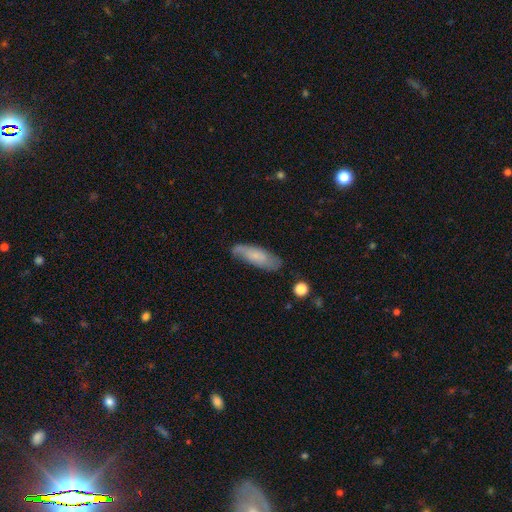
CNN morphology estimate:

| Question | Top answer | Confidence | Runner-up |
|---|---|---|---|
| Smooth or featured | smooth | 60% | featured or disk (33%) |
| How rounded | in between | 56% | cigar-shaped (42%) |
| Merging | none | 69% | minor disturbance (23%) |